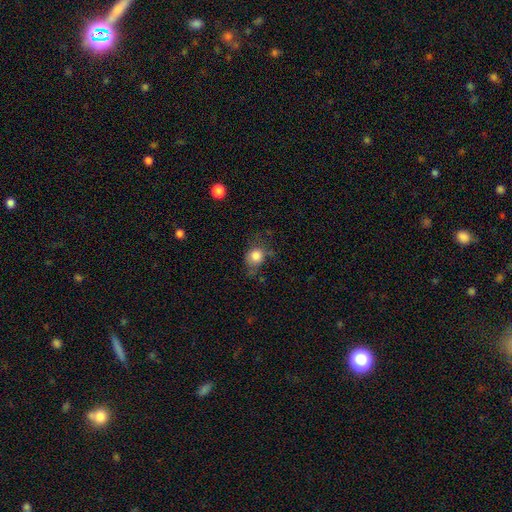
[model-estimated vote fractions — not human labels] smooth_or_featured: smooth (p=0.81) [alt: star or artifact p=0.10]
how_rounded: round (p=0.63) [alt: in between p=0.35]
merging: none (p=0.53) [alt: minor disturbance p=0.30]